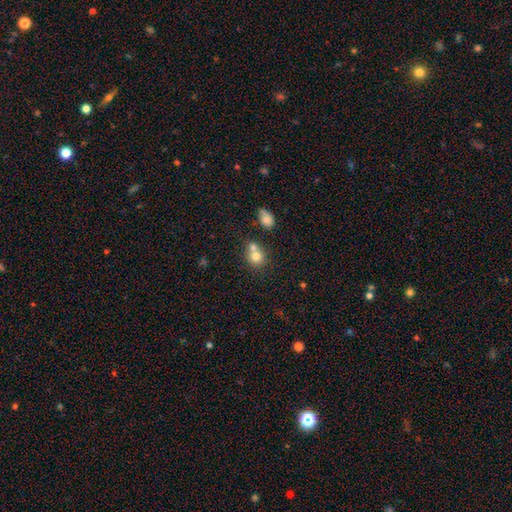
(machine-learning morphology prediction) Smooth or featured? smooth (74%)
How rounded? round (79%)
Merging? merger (51%)